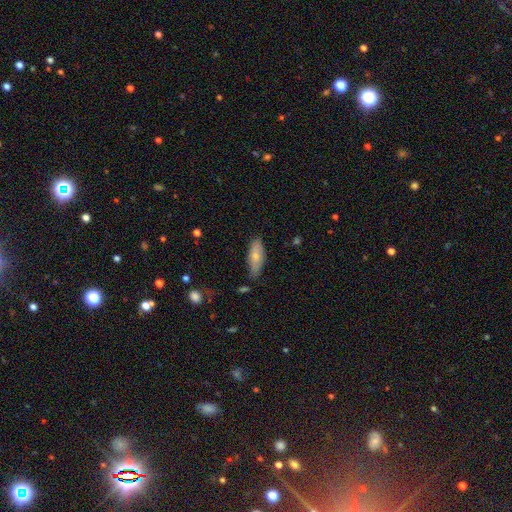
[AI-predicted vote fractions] Morphology: type=smooth (72%); roundness=in between (77%); merging=none (68%).